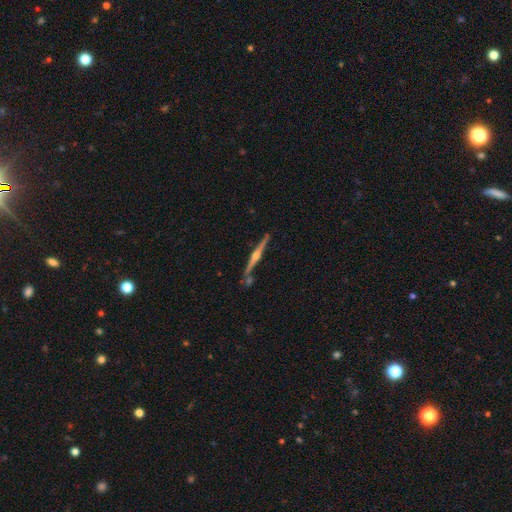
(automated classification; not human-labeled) smooth_or_featured: featured or disk (p=0.85) [alt: smooth p=0.10]
disk_edge_on: yes (p=0.98) [alt: no p=0.02]
edge_on_bulge: rounded (p=0.92) [alt: boxy p=0.04]
merging: none (p=0.83) [alt: minor disturbance p=0.09]